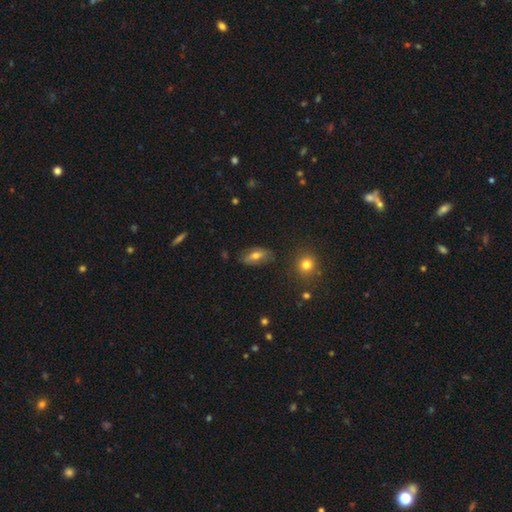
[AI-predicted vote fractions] A smooth galaxy with no disk features (59%) that is in between round and cigar-shaped (83%). Merging: none (80%).